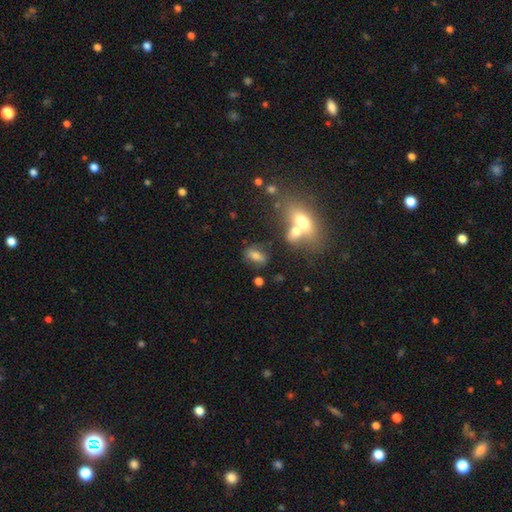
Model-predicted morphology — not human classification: Smooth or featured?
  - smooth: 69% *
  - featured or disk: 19%
  - star or artifact: 12%
How rounded?
  - in between: 81% *
  - round: 10%
  - cigar-shaped: 9%
Merging?
  - none: 62% *
  - minor disturbance: 16%
  - merger: 14%
  - major disturbance: 7%